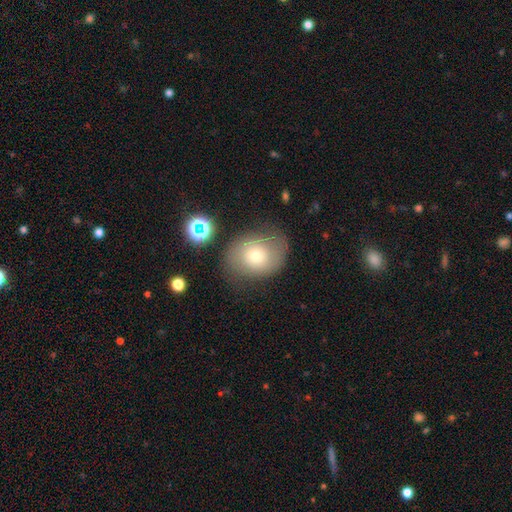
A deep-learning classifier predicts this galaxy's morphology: Overall: smooth (56%; featured or disk 32%). How rounded: in between (52%; round 47%). Merging: none (65%).